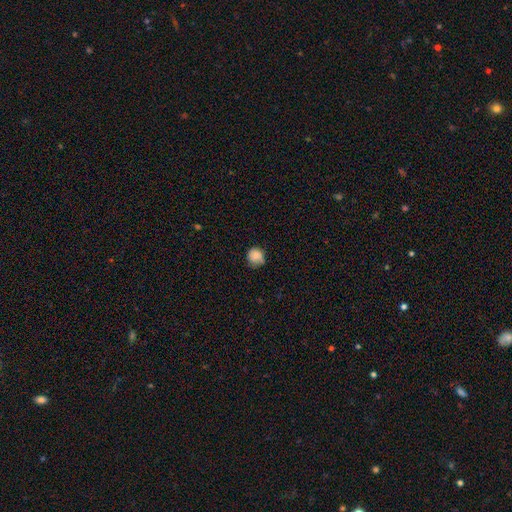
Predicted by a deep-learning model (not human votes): This appears to be a smooth galaxy with no disk features (84%) that is round (88%). Merging: none (70%).